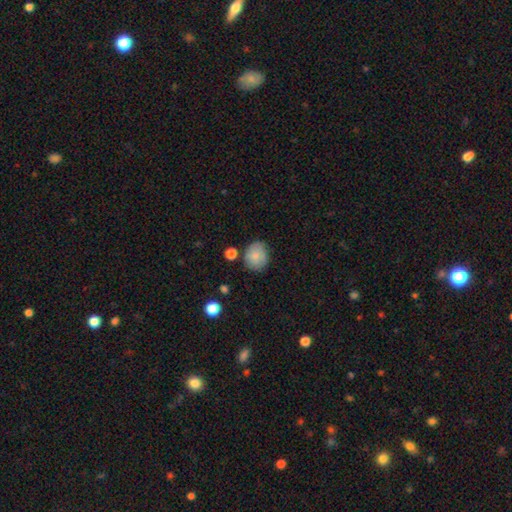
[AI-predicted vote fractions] This appears to be a smooth galaxy with no disk features (82%) that is round (64%). Merging: none (71%).